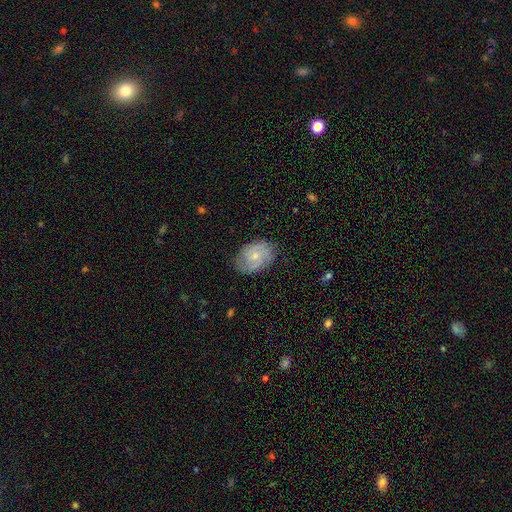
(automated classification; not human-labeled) This appears to be a featured or disk galaxy (52%). Merging: none (76%).